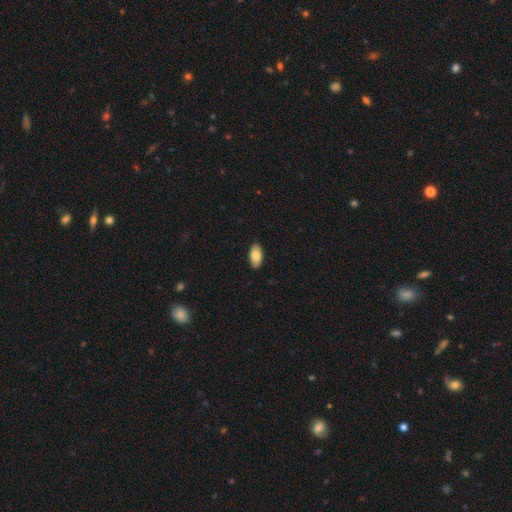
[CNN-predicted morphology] Smooth or featured?
  - smooth: 85% *
  - featured or disk: 8%
  - star or artifact: 6%
How rounded?
  - in between: 94% *
  - cigar-shaped: 3%
  - round: 2%
Merging?
  - none: 89% *
  - minor disturbance: 8%
  - major disturbance: 2%
  - merger: 1%